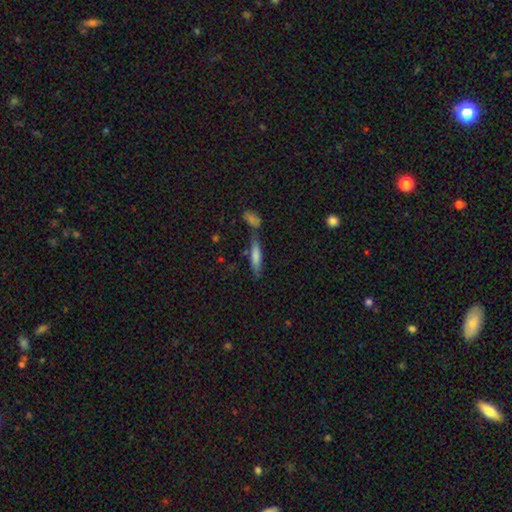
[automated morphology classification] smooth_or_featured: smooth (p=0.75) [alt: featured or disk p=0.17]
how_rounded: cigar-shaped (p=0.75) [alt: in between p=0.23]
merging: none (p=0.62) [alt: merger p=0.19]